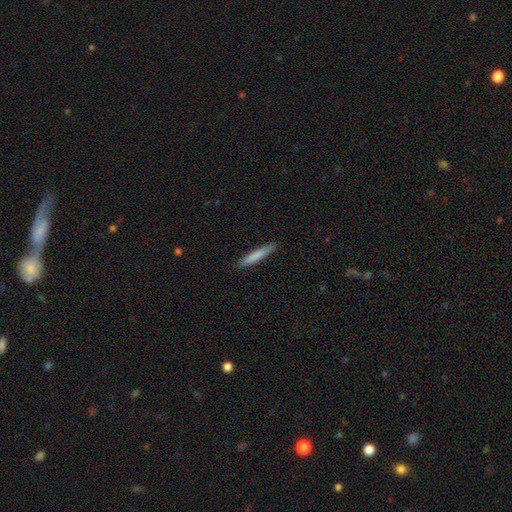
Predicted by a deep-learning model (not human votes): Smooth or featured?
  - smooth: 79% *
  - featured or disk: 16%
  - star or artifact: 5%
How rounded?
  - cigar-shaped: 93% *
  - in between: 6%
  - round: 1%
Merging?
  - none: 89% *
  - minor disturbance: 8%
  - major disturbance: 2%
  - merger: 1%